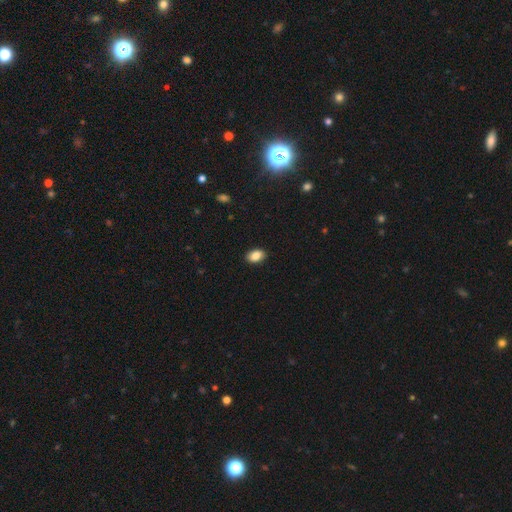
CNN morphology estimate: Overall: smooth (86%). How rounded: in between (86%). Merging: none (89%).